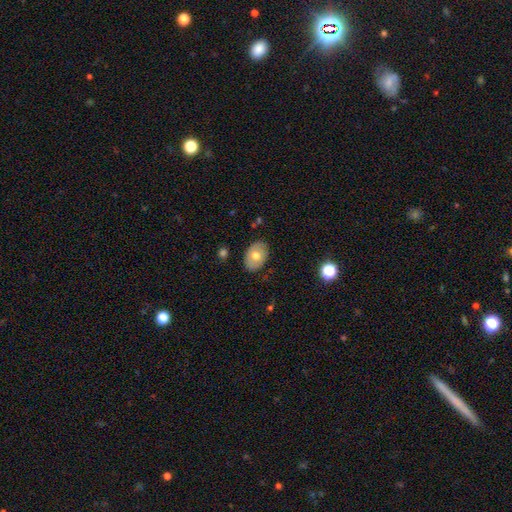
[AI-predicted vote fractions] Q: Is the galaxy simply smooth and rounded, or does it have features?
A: smooth — 67%.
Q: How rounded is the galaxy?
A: in between — 83%.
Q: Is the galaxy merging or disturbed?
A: none — 85%.